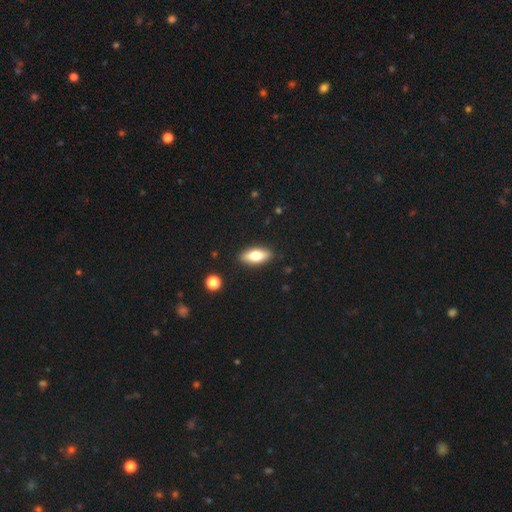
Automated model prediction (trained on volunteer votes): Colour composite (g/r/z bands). It shows a smooth galaxy with no disk features (71%) that is in between round and cigar-shaped (81%). Merging: none (89%).